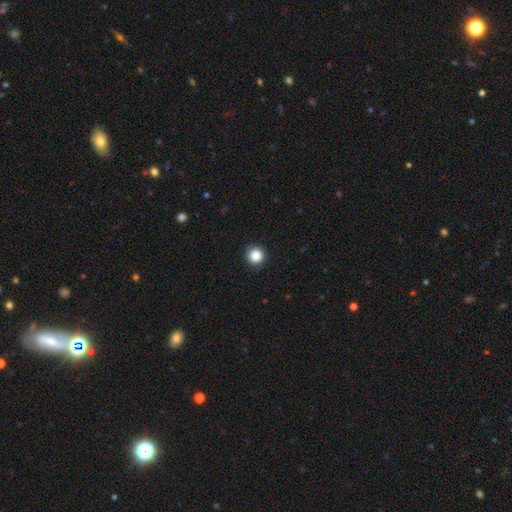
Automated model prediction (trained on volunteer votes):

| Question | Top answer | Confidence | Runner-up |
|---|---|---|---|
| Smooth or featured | smooth | 86% | star or artifact (10%) |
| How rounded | round | 95% | in between (4%) |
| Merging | none | 92% | minor disturbance (6%) |